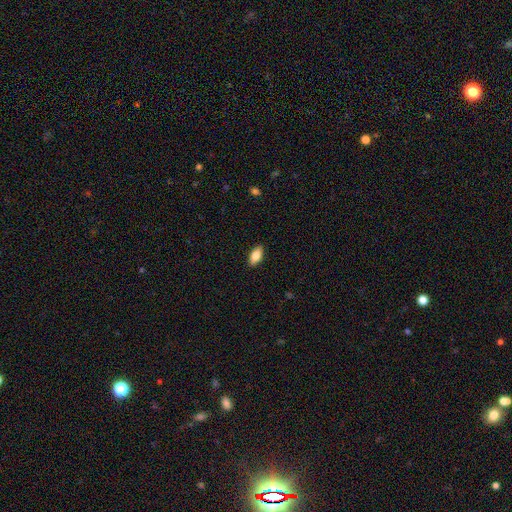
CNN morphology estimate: Smooth or featured? smooth (83%)
How rounded? in between (89%)
Merging? none (89%)